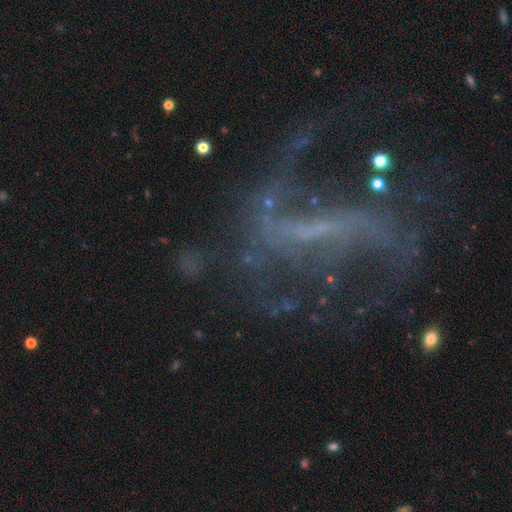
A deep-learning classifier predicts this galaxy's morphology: Smooth or featured? Predicted: featured or disk (p=0.82). Edge-on disk? Predicted: no (p=0.96). Bar? Predicted: strong (p=0.46). Spiral arms? Predicted: yes (p=0.87). Spiral winding? Predicted: loose (p=0.72). Spiral arm count? Predicted: 2 (p=0.69). Bulge size? Predicted: none (p=0.55). Merging? Predicted: none (p=0.51).